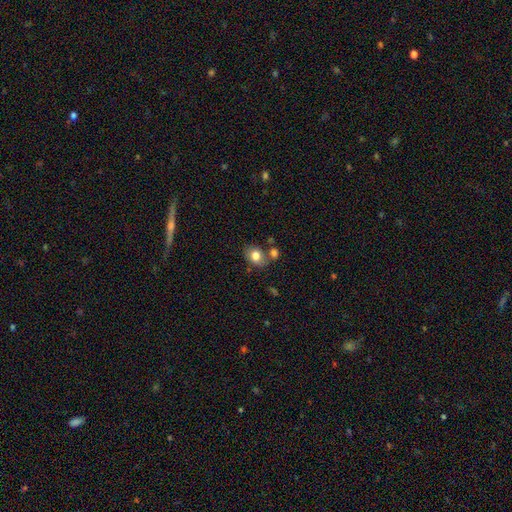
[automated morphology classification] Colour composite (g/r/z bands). It shows a smooth galaxy with no disk features (79%) that is in between round and cigar-shaped (59%). Merging: none (60%).